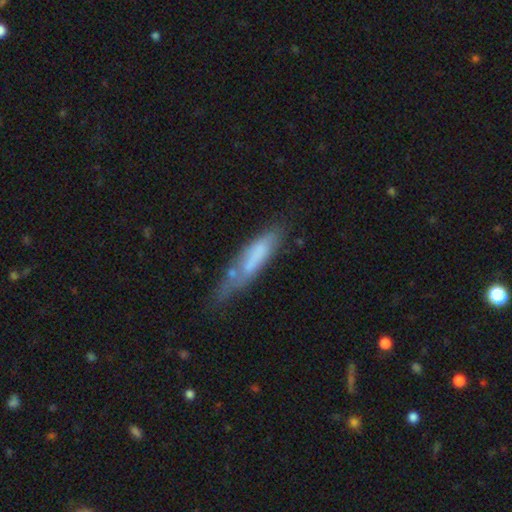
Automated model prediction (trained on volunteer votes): A smooth galaxy with no disk features (61%) that is cigar-shaped (75%).

Vote fractions:
- Smooth or featured? smooth: 61% / featured or disk: 31% / star or artifact: 8%
- How rounded? cigar-shaped: 75% / in between: 24% / round: 2%
- Merging? none: 44% / minor disturbance: 31% / major disturbance: 15% / merger: 10%